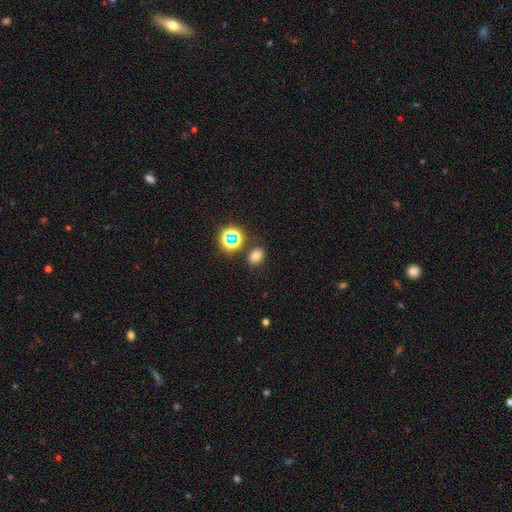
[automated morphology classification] This is likely a smooth galaxy (68%). How rounded: likely in between (62%). Merging: clearly none (80%).